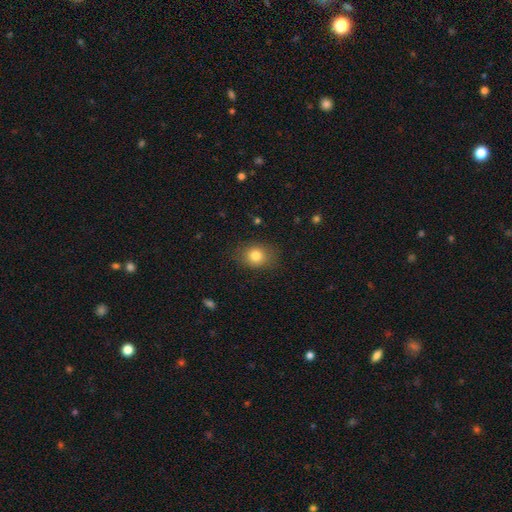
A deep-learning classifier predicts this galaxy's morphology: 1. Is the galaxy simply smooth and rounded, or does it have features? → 80% smooth, 11% star or artifact, 9% featured or disk.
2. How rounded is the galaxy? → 55% round, 44% in between, 1% cigar-shaped.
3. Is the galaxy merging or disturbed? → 81% none, 14% minor disturbance, 4% major disturbance, 1% merger.